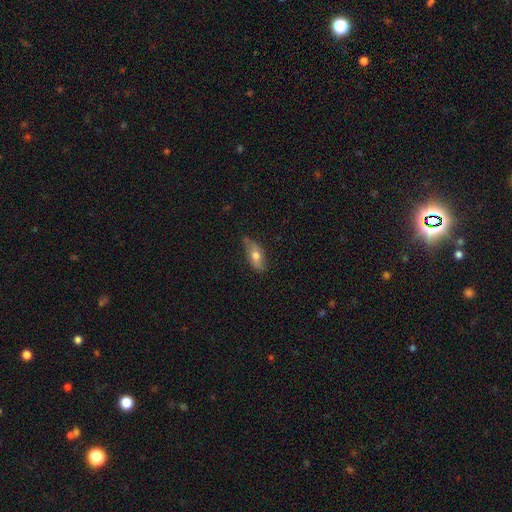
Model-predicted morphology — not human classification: smooth 69%, featured or disk 25%, star or artifact 7%. Down the decision tree: how rounded — in between (81%); merging — none (69%).